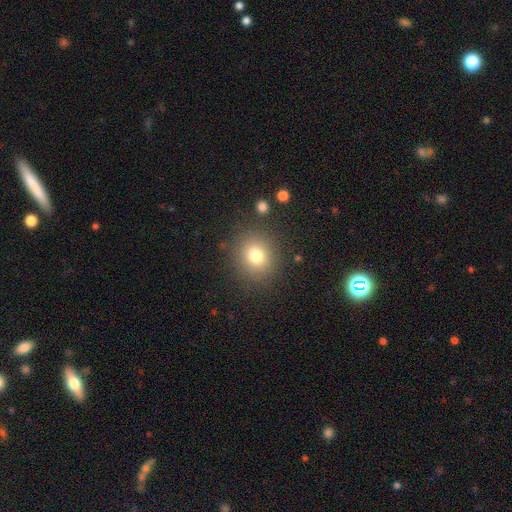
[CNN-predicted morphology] A smooth galaxy with no disk features (76%) that is round (81%).

Vote fractions:
- Smooth or featured? smooth: 76% / star or artifact: 14% / featured or disk: 9%
- How rounded? round: 81% / in between: 18% / cigar-shaped: 1%
- Merging? none: 86% / minor disturbance: 8% / major disturbance: 4% / merger: 2%